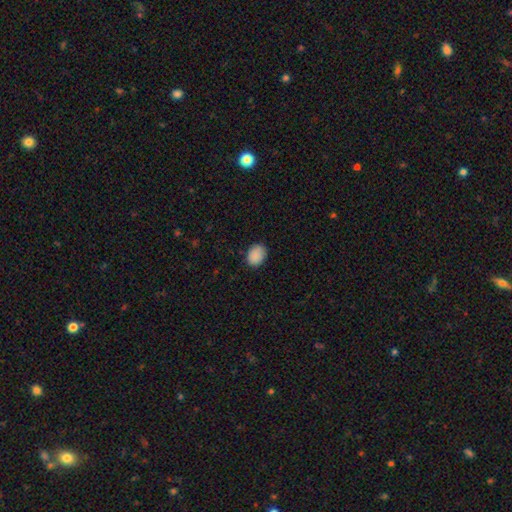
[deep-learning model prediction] This appears to be a smooth galaxy with no disk features (89%) that is in between round and cigar-shaped (64%). Merging: none (84%).